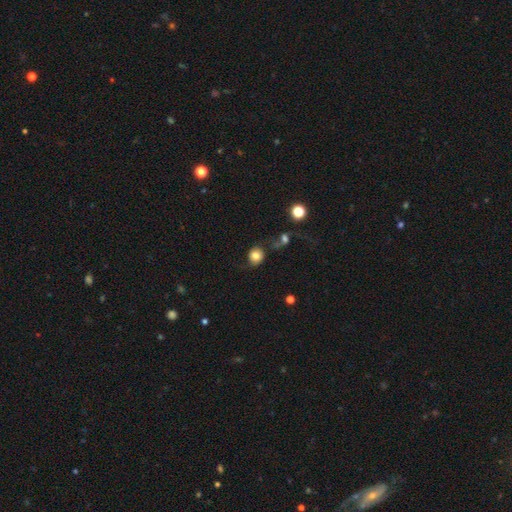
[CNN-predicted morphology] A smooth galaxy with no disk features (80%) that is round (80%).

Vote fractions:
- Smooth or featured? smooth: 80% / featured or disk: 10% / star or artifact: 10%
- How rounded? round: 80% / in between: 19% / cigar-shaped: 1%
- Merging? none: 64% / minor disturbance: 18% / major disturbance: 10% / merger: 8%